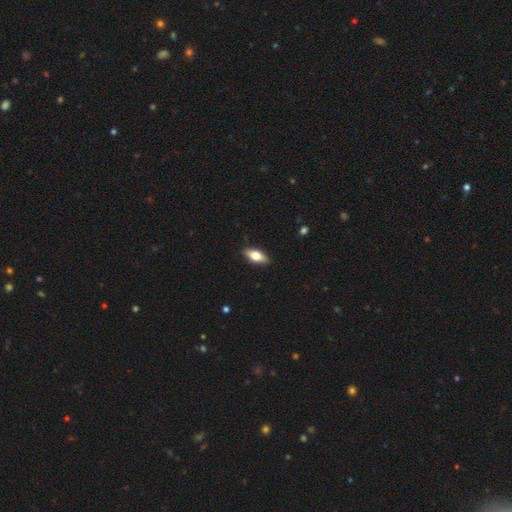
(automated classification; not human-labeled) smooth_or_featured: smooth (p=0.70) [alt: featured or disk p=0.23]
how_rounded: in between (p=0.82) [alt: cigar-shaped p=0.15]
merging: none (p=0.88) [alt: minor disturbance p=0.09]